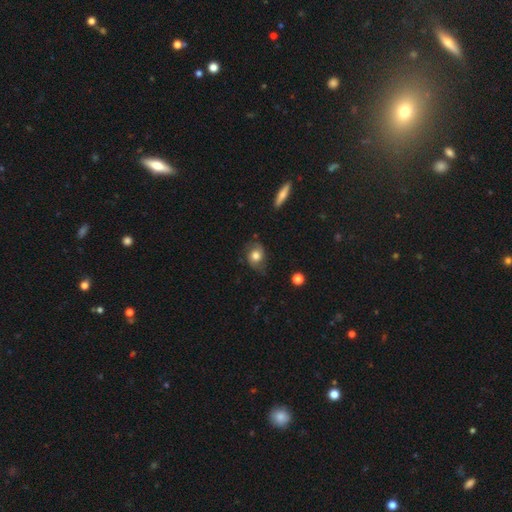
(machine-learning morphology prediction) type=smooth (62%); roundness=in between (52%); merging=none (64%).